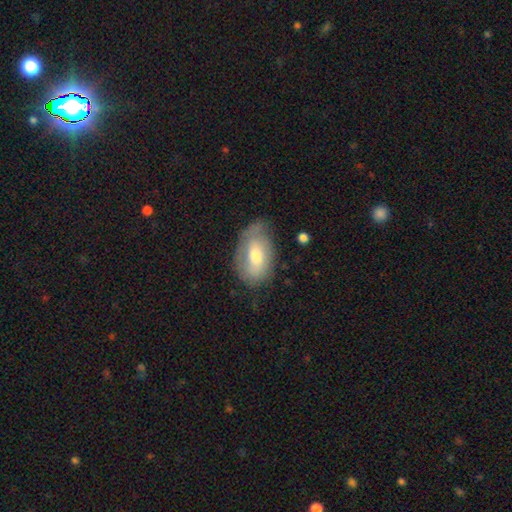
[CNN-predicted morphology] The model was most divided on "smooth or featured": smooth: 61%, featured or disk: 32%, star or artifact: 7%. More confident: how rounded — in between (90%); merging — none (60%).